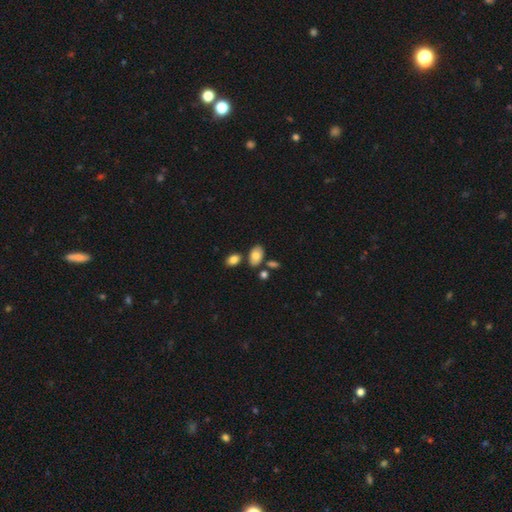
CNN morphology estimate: The model was most divided on "merging": none: 70%, merger: 13%, minor disturbance: 13%, major disturbance: 3%. More confident: how rounded — in between (92%); smooth or featured — smooth (76%).